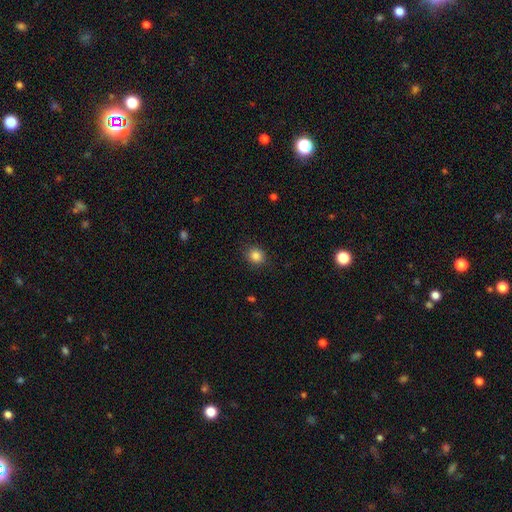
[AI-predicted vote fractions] This appears to be a smooth galaxy with no disk features (85%) that is round (77%). Merging: none (88%).